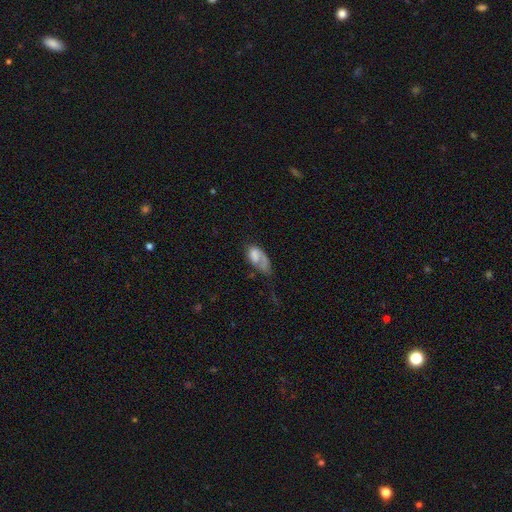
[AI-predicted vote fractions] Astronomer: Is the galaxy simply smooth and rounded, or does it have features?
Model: smooth — 56% (runner-up: featured or disk, 35%).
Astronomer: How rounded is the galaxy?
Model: in between — 89%.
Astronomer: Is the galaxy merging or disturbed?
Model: major disturbance — 42% (runner-up: none, 27%).